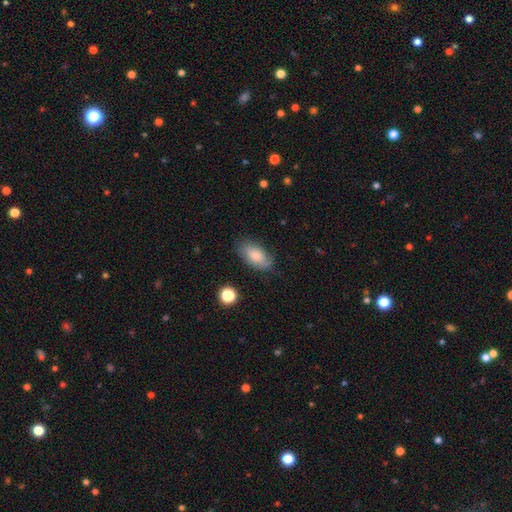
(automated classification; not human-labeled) smooth 76%, featured or disk 16%, star or artifact 8%. Down the decision tree: how rounded — in between (92%); merging — none (73%).